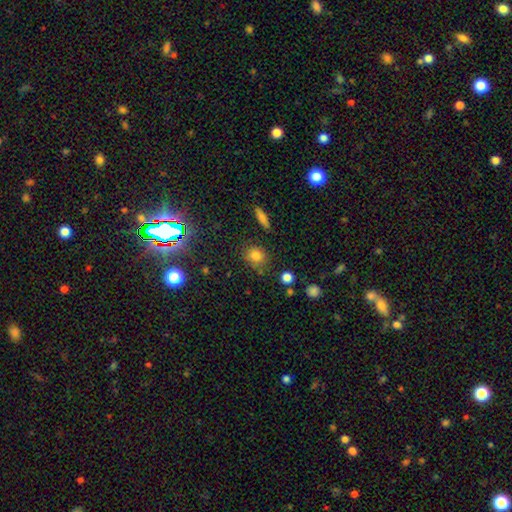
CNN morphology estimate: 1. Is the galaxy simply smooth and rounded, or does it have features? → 78% smooth, 14% star or artifact, 8% featured or disk.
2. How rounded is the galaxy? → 68% round, 30% in between, 2% cigar-shaped.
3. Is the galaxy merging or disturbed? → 76% none, 15% minor disturbance, 5% merger, 4% major disturbance.